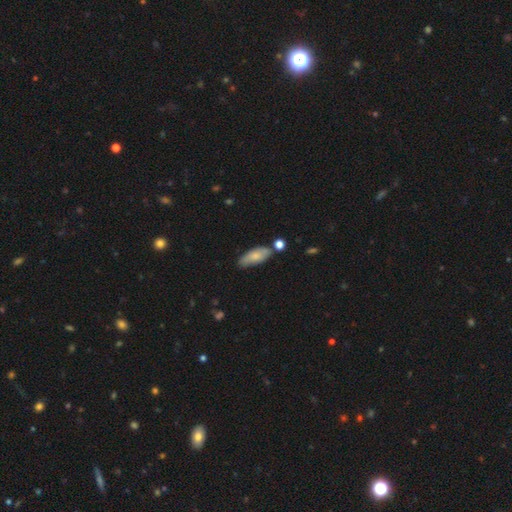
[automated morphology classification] Smooth or featured? Predicted: smooth (p=0.74). How rounded? Predicted: in between (p=0.76). Merging? Predicted: none (p=0.65).